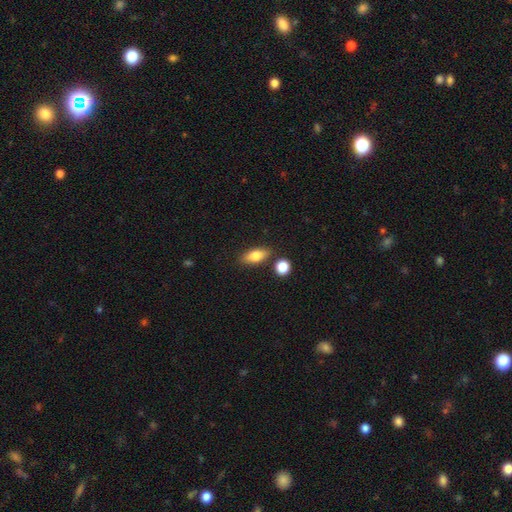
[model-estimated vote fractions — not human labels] Q: Smooth or featured?
A: smooth (76%); runner-up: featured or disk (16%)
Q: How rounded?
A: in between (78%); runner-up: cigar-shaped (16%)
Q: Merging?
A: none (80%); runner-up: minor disturbance (11%)